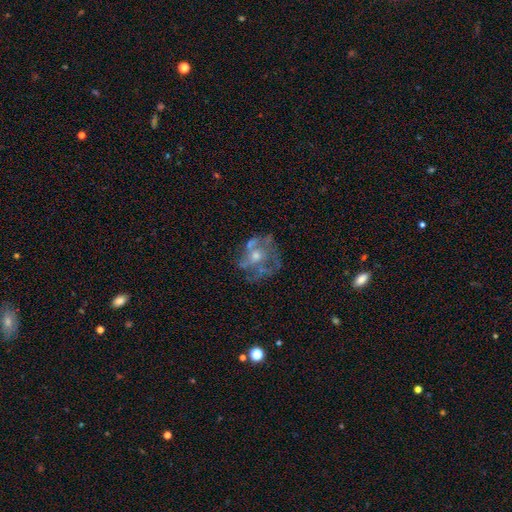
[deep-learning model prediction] This appears to be a featured or disk galaxy (69%) with no bar (82%), no spiral arms (57%) and a moderate central bulge (54%). Merging: none (51%).